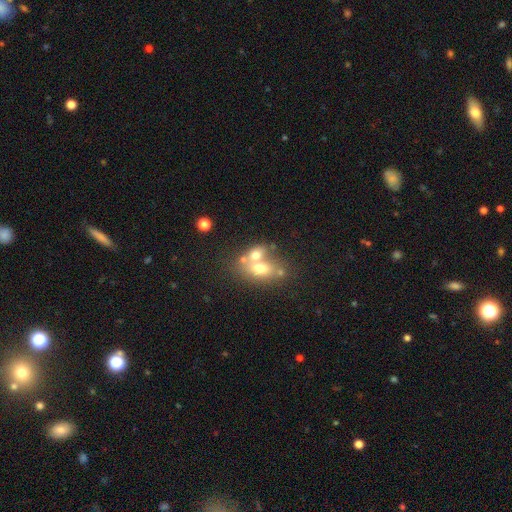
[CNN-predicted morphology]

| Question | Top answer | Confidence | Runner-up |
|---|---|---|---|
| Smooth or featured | smooth | 63% | featured or disk (25%) |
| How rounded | in between | 66% | round (32%) |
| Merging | merger | 59% | none (28%) |